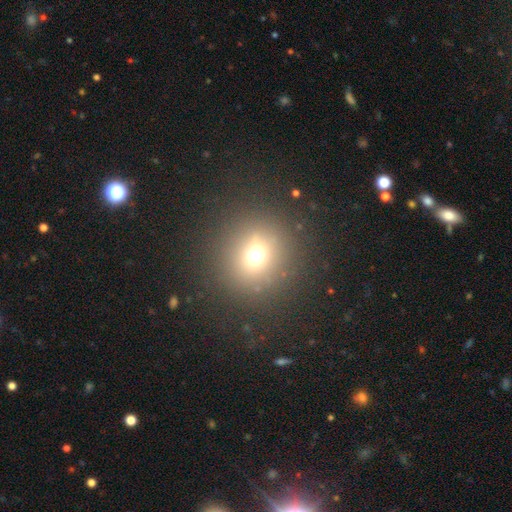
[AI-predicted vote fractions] Q: Smooth or featured?
A: smooth (61%); runner-up: star or artifact (25%)
Q: How rounded?
A: round (92%); runner-up: in between (7%)
Q: Merging?
A: none (86%); runner-up: minor disturbance (7%)